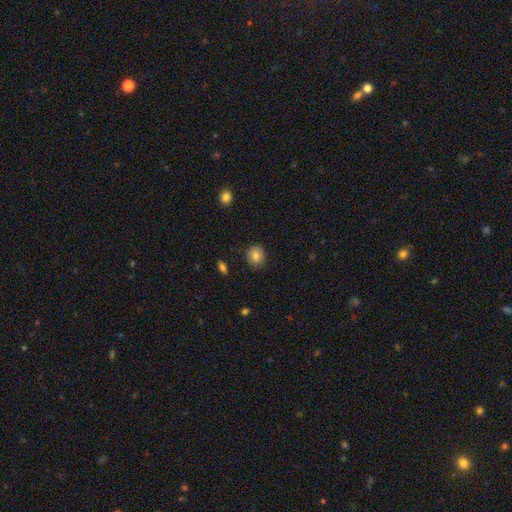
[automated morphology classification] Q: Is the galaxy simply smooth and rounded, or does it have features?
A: smooth — 82%.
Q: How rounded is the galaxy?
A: round — 78%.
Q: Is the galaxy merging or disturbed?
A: none — 87%.